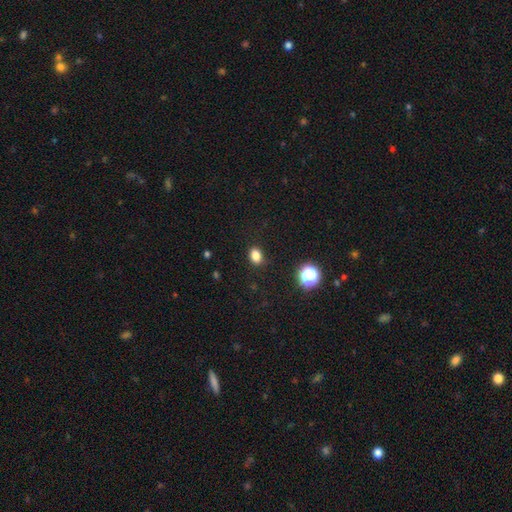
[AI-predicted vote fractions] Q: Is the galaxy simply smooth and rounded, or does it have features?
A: smooth — 82%.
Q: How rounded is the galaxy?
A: in between — 67%.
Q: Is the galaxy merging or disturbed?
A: none — 87%.